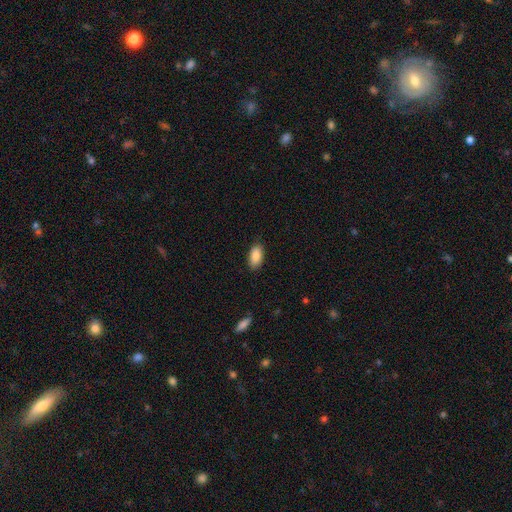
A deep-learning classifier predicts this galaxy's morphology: Smooth or featured? smooth (89%)
How rounded? in between (93%)
Merging? none (86%)